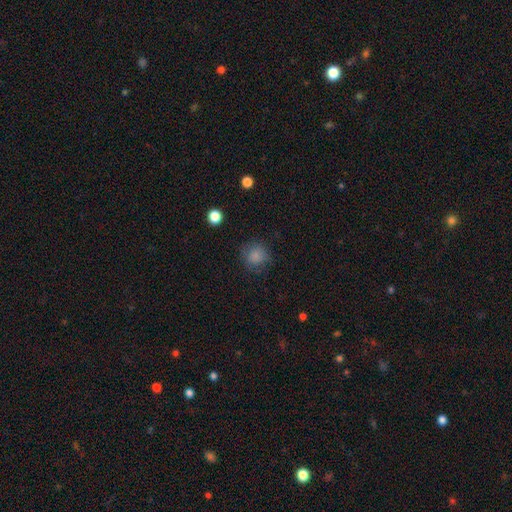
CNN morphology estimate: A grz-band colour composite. It shows a smooth galaxy with no disk features (83%) that is round (89%). Merging: none (78%).